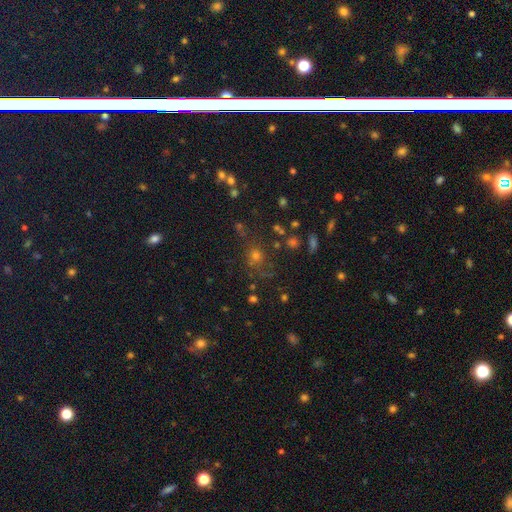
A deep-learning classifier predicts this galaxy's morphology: smooth 49%, star or artifact 39%, featured or disk 12%. Down the decision tree: merging — none (69%).